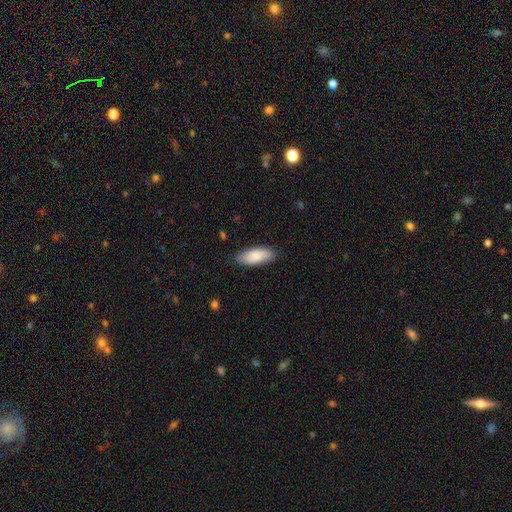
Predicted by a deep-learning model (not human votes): Overall: smooth (86%). How rounded: in between (78%). Merging: none (83%).